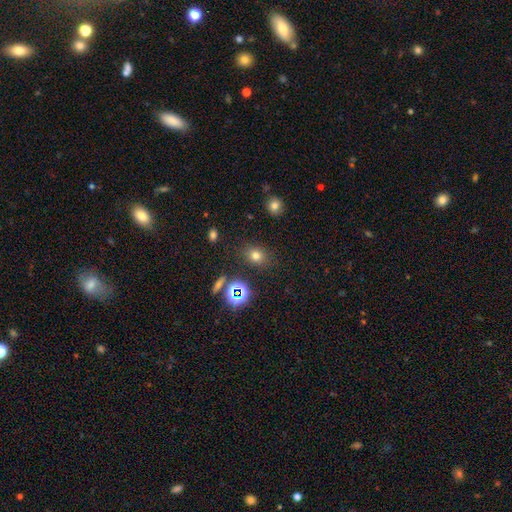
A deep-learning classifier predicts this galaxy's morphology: smooth 69%, star or artifact 21%, featured or disk 9%. Down the decision tree: how rounded — round (52%); merging — none (83%).